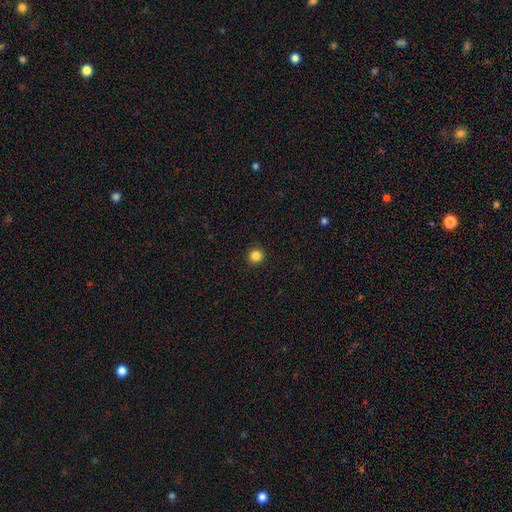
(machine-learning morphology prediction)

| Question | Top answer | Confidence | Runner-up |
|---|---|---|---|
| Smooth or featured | smooth | 84% | star or artifact (12%) |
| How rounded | round | 95% | in between (4%) |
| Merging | none | 94% | minor disturbance (4%) |